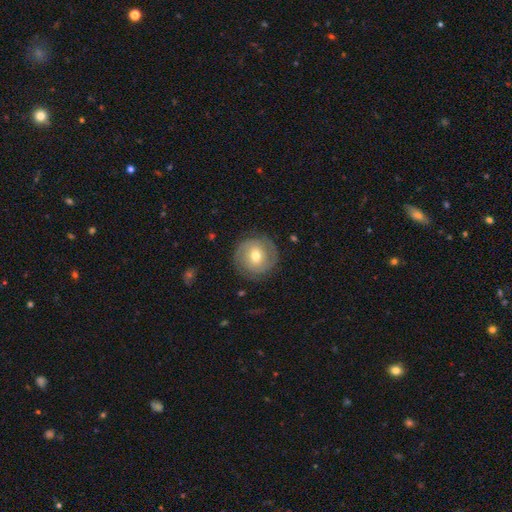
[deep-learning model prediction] featured or disk 58%, smooth 35%, star or artifact 7%. Down the decision tree: edge-on disk — no (97%); bar — no (47%); spiral arms — yes (79%); bulge size — moderate (71%); merging — none (83%).